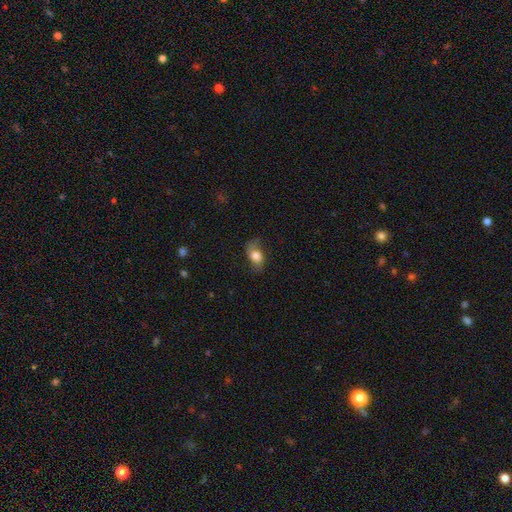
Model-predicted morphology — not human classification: This is likely a smooth galaxy (71%). How rounded: clearly in between (83%). Merging: likely none (62%).